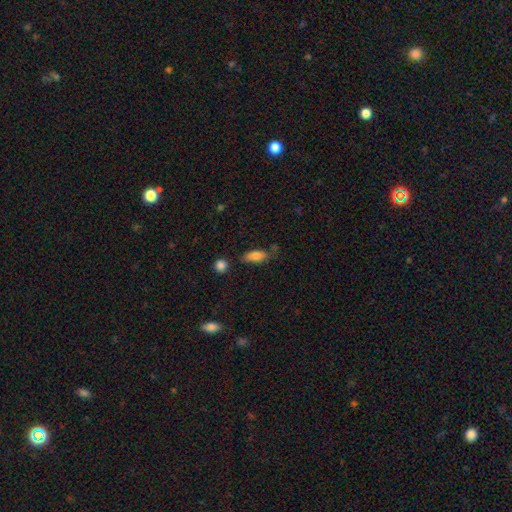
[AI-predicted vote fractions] Overall: smooth (80%). How rounded: in between (77%). Merging: none (64%).